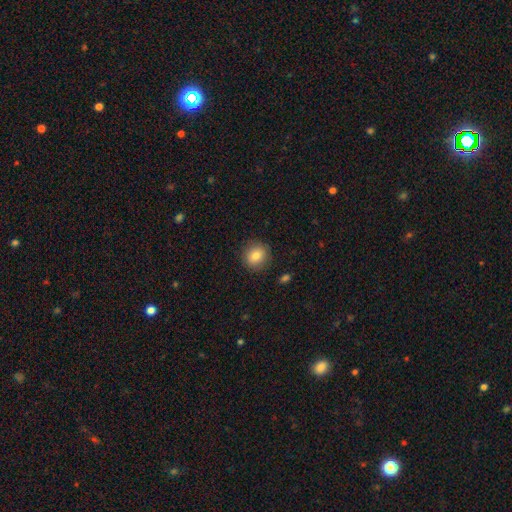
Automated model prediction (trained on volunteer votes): Smooth or featured: smooth — 83% (star or artifact — 9%)
How rounded: round — 82% (in between — 17%)
Merging: none — 88% (minor disturbance — 8%)